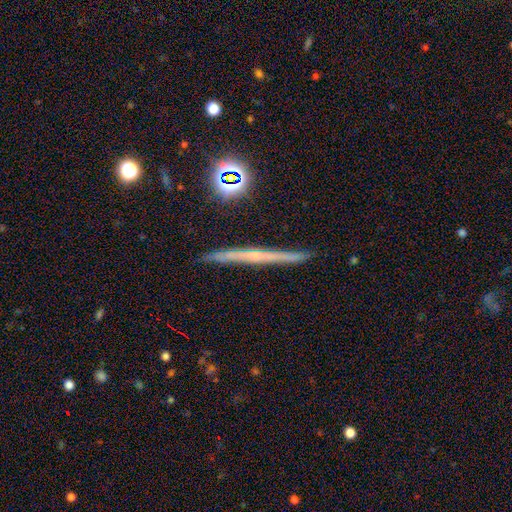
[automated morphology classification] Smooth or featured: featured or disk — 65% (smooth — 24%)
Edge-on disk: yes — 97% (no — 3%)
Edge-on bulge: none — 64% (rounded — 30%)
Merging: none — 90% (minor disturbance — 7%)